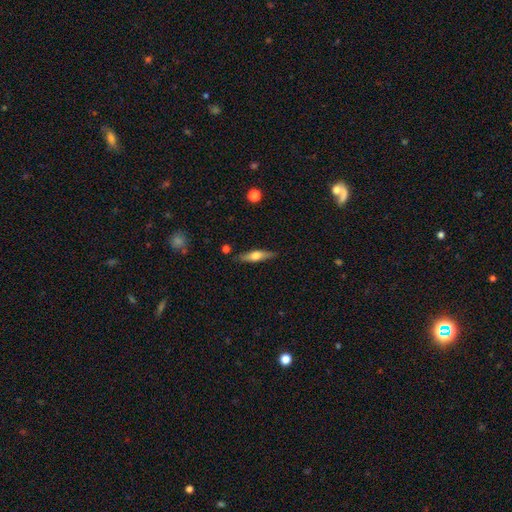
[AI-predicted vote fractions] Overall: smooth (48%; featured or disk 46%). Merging: none (84%).